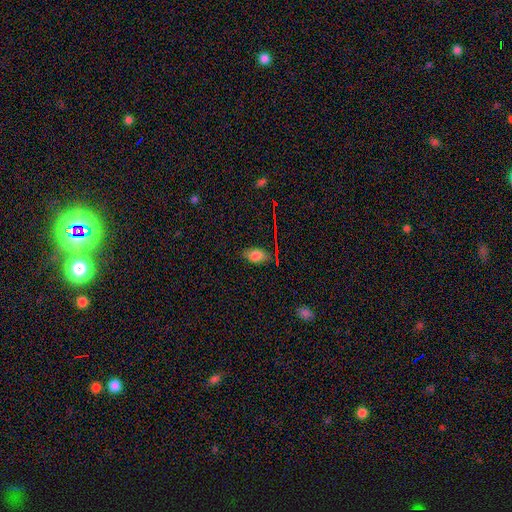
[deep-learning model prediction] Overall: smooth (73%). How rounded: in between (88%). Merging: none (75%).